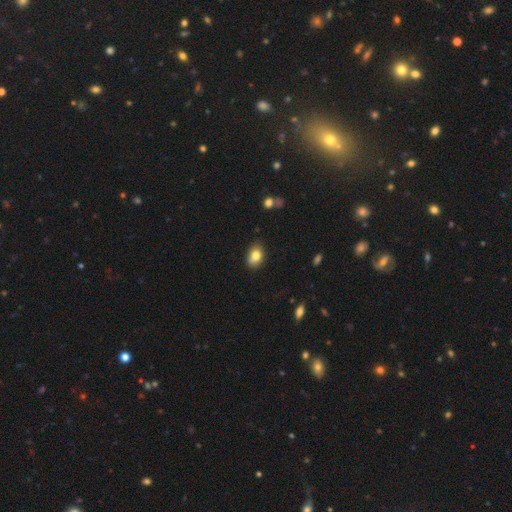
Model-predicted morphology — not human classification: This is clearly a smooth galaxy (81%). How rounded: likely in between (77%). Merging: likely none (76%).